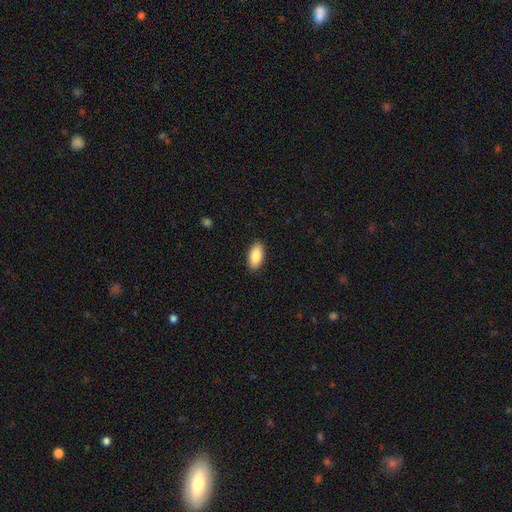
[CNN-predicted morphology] Overall: smooth (88%). How rounded: in between (91%). Merging: none (90%).